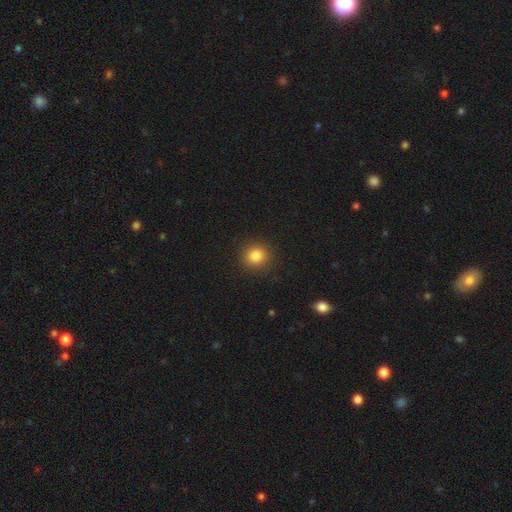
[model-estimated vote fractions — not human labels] smooth-or-featured: smooth: 84% | star or artifact: 11% | featured or disk: 5%
  how-rounded: round: 87% | in between: 12% | cigar-shaped: 1%
  merging: none: 90% | minor disturbance: 6% | major disturbance: 2% | merger: 1%